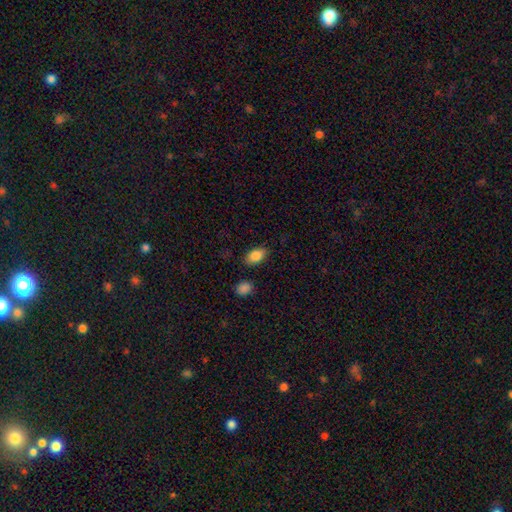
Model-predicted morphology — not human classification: smooth 86%, star or artifact 8%, featured or disk 7%. Down the decision tree: how rounded — in between (90%); merging — none (84%).